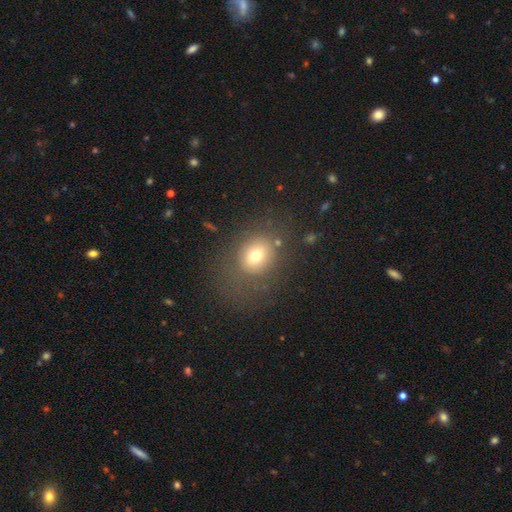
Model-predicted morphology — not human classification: A smooth galaxy with no disk features (71%) that is round (60%).

Vote fractions:
- Smooth or featured? smooth: 71% / featured or disk: 15% / star or artifact: 14%
- How rounded? round: 60% / in between: 39% / cigar-shaped: 1%
- Merging? none: 63% / minor disturbance: 17% / major disturbance: 16% / merger: 4%